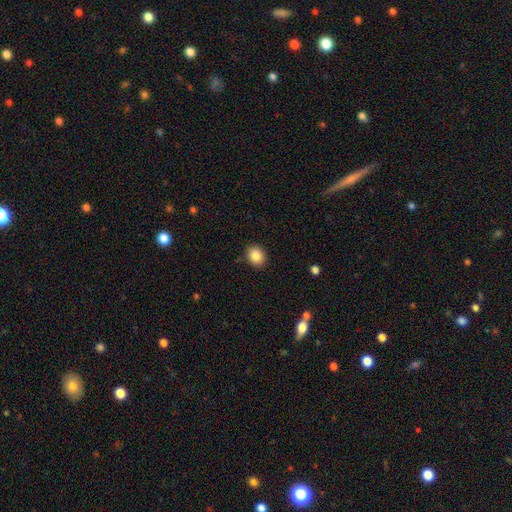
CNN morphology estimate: A smooth galaxy with no disk features (86%) that is round (65%). Merging: none (90%).